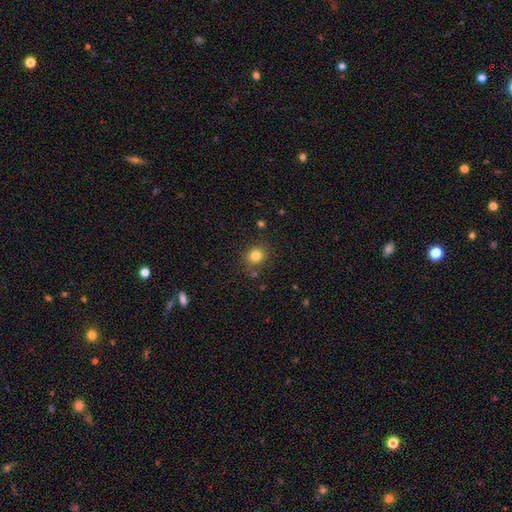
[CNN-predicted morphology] smooth 82%, star or artifact 12%, featured or disk 6%. Down the decision tree: how rounded — round (80%); merging — none (80%).